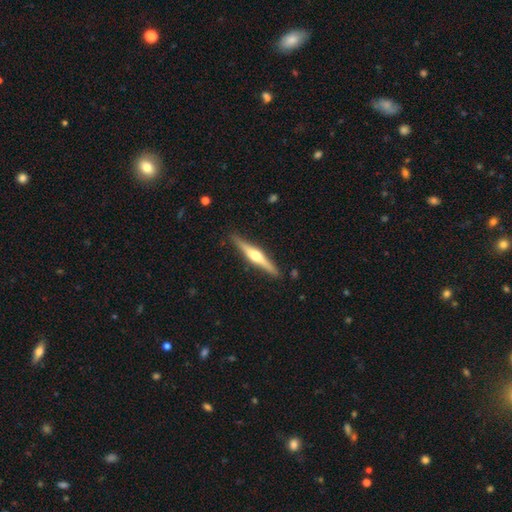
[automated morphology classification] Smooth or featured? featured or disk (74%)
Edge-on disk? yes (98%)
Edge-on bulge? rounded (93%)
Merging? none (89%)